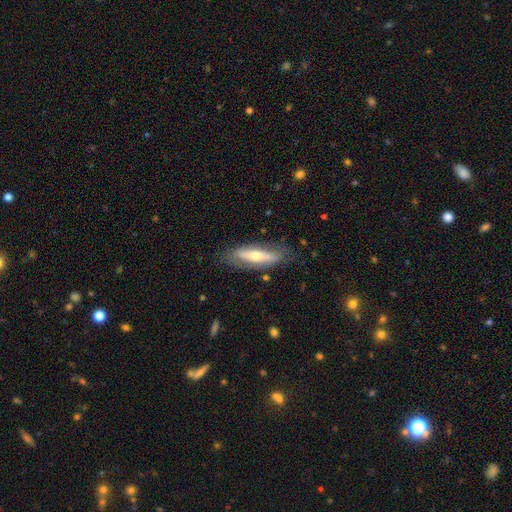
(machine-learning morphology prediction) A featured or disk galaxy (55%) viewed edge-on (50%, tied with no). Merging: none (75%).